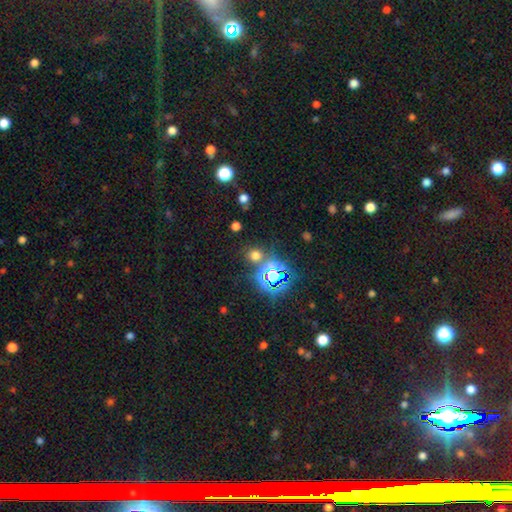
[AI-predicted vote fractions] A smooth galaxy with no disk features (55%) that is round (84%). Merging: none (78%).